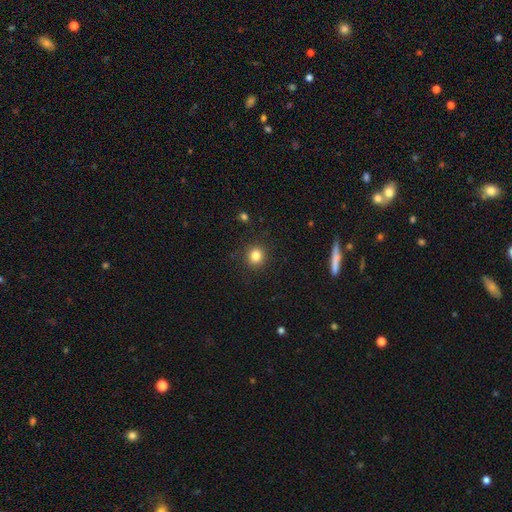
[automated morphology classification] A smooth galaxy with no disk features (83%) that is round (90%). Merging: none (91%).